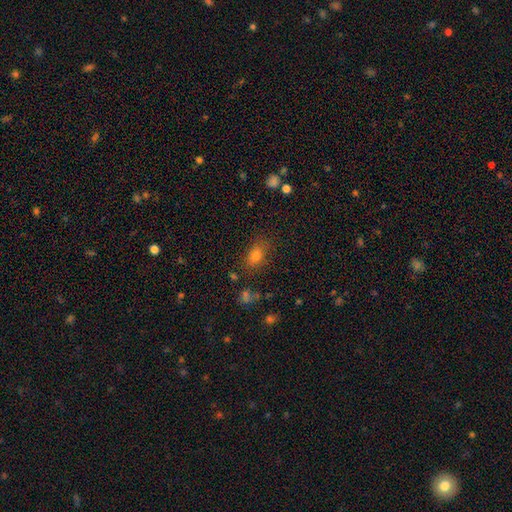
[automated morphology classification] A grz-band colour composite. It shows a smooth galaxy with no disk features (76%) that is in between round and cigar-shaped (70%). Merging: none (76%).